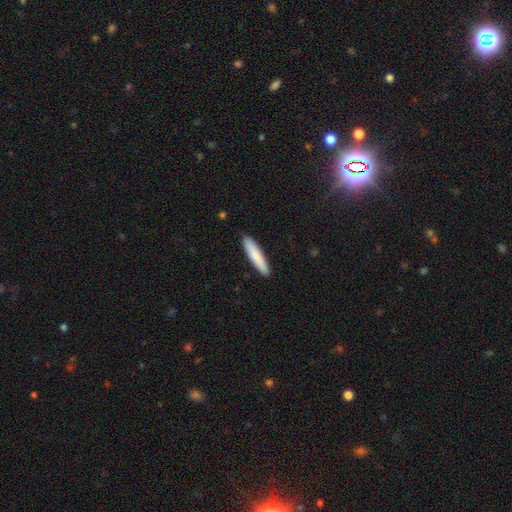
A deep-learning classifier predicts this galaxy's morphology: Smooth or featured? smooth (83%)
How rounded? cigar-shaped (87%)
Merging? none (91%)